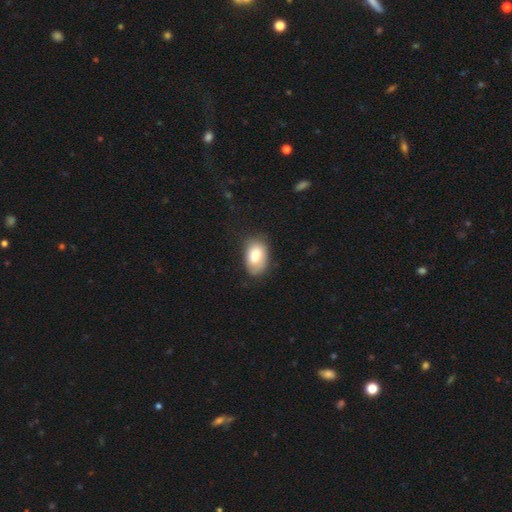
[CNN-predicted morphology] Overall: smooth (77%). How rounded: in between (89%). Merging: none (69%).